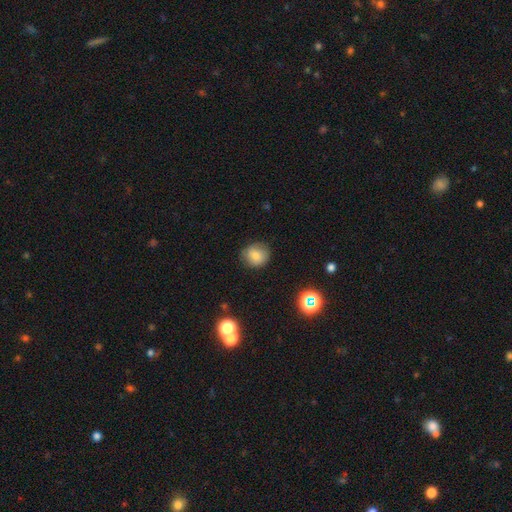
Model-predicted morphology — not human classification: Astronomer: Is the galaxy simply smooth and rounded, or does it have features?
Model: smooth — 77%.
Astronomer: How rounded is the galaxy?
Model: round — 83%.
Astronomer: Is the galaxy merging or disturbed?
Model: none — 83%.